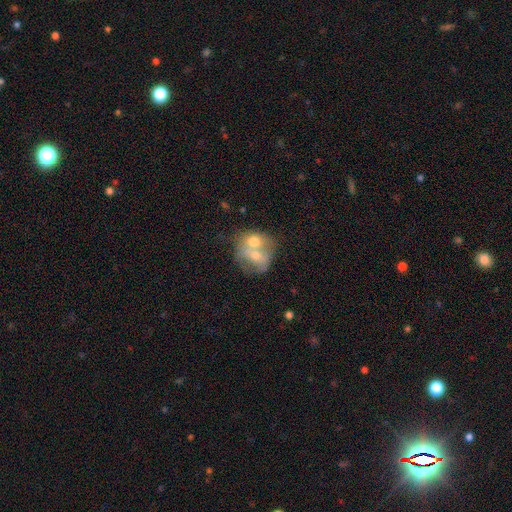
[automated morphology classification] smooth_or_featured: smooth (p=0.55) [alt: featured or disk p=0.37]
how_rounded: round (p=0.62) [alt: in between p=0.37]
merging: merger (p=0.72) [alt: none p=0.16]